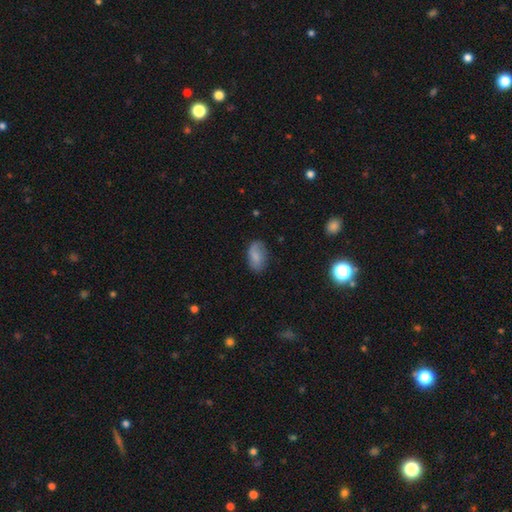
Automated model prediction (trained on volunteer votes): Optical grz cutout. It shows a smooth galaxy with no disk features (77%) that is in between round and cigar-shaped (92%). Merging: none (73%).